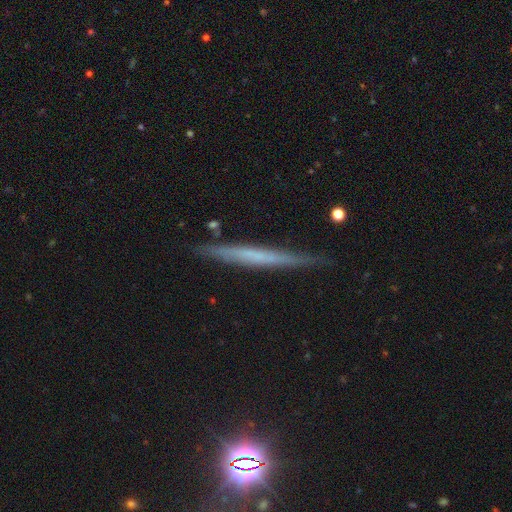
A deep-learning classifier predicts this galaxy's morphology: The model was most divided on "smooth or featured": featured or disk: 53%, smooth: 39%, star or artifact: 8%. More confident: edge-on disk — yes (96%); merging — none (87%); edge-on bulge — none (83%).